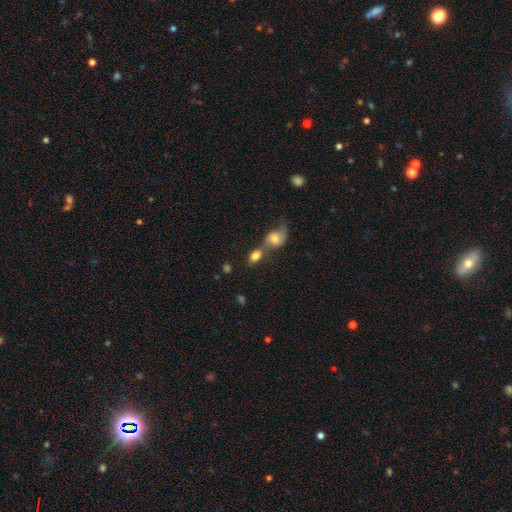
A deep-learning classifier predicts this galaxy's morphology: Smooth or featured? smooth (80%)
How rounded? in between (75%)
Merging? merger (55%)